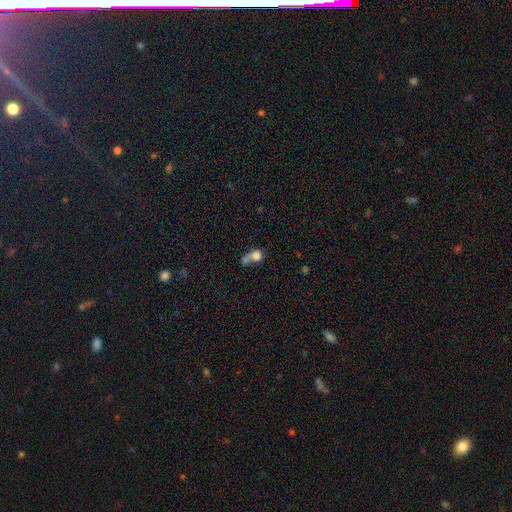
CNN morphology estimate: Smooth or featured? Predicted: smooth (p=0.73). How rounded? Predicted: round (p=0.64). Merging? Predicted: merger (p=0.50).